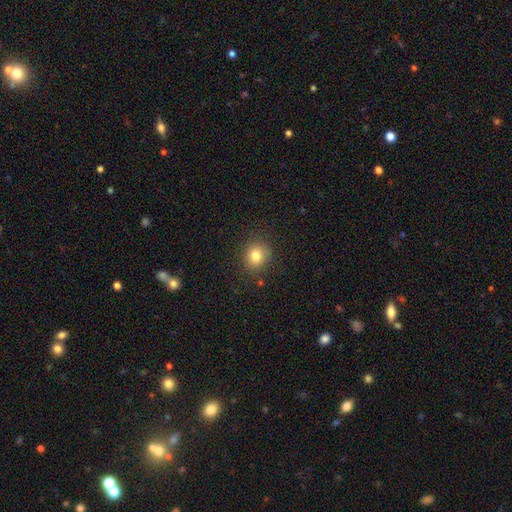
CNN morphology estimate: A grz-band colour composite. It shows a smooth galaxy with no disk features (79%) that is round (84%). Merging: none (86%).